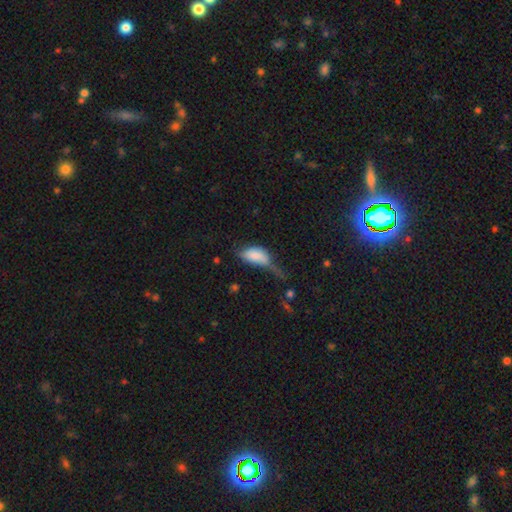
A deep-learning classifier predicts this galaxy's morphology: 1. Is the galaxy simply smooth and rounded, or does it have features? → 76% smooth, 16% featured or disk, 8% star or artifact.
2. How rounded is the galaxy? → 92% in between, 4% cigar-shaped, 4% round.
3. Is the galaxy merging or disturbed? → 45% major disturbance, 28% minor disturbance, 15% none, 12% merger.